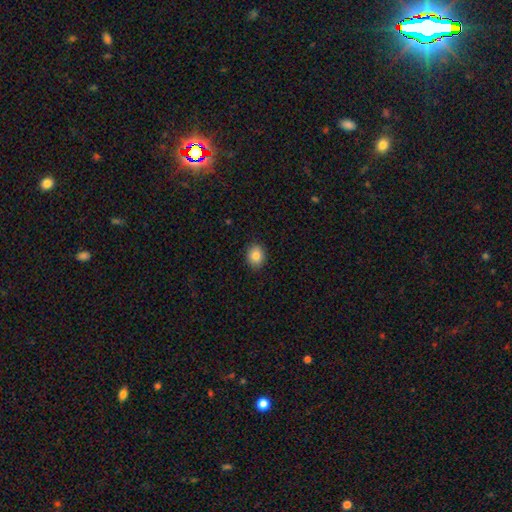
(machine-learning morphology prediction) A smooth galaxy with no disk features (84%) that is round (52%). Merging: none (89%).